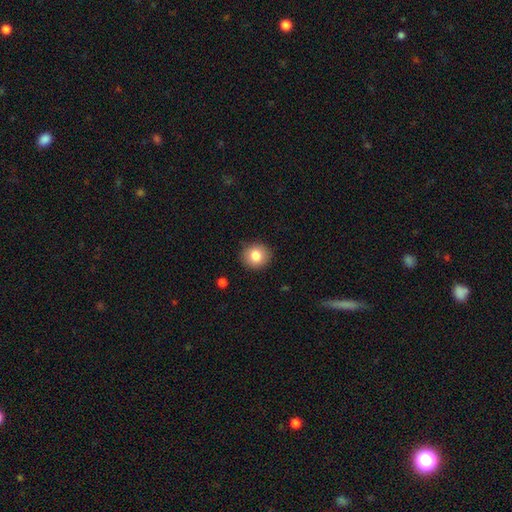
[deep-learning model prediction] This appears to be a smooth galaxy with no disk features (83%) that is round (87%). Merging: none (89%).